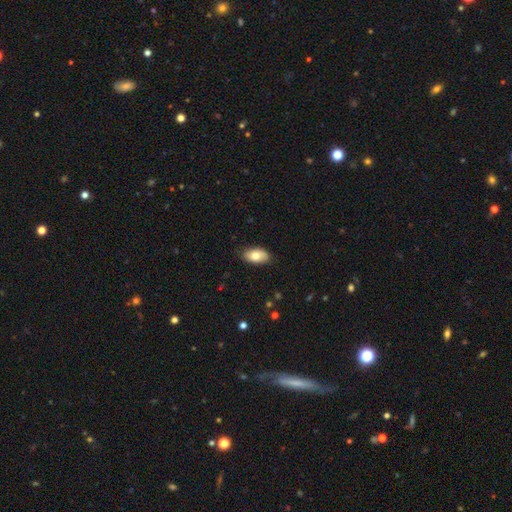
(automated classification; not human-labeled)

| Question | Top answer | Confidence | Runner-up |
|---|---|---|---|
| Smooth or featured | smooth | 78% | featured or disk (15%) |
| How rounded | in between | 94% | round (4%) |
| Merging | none | 84% | minor disturbance (13%) |